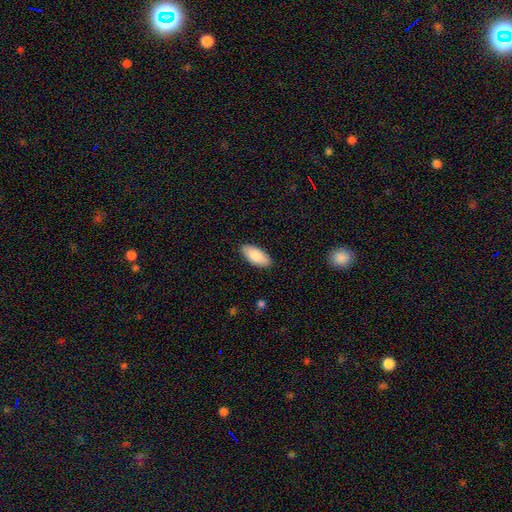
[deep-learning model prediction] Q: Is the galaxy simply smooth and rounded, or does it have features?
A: smooth — 88%.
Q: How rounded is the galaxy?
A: in between — 90%.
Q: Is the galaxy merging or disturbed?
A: none — 88%.